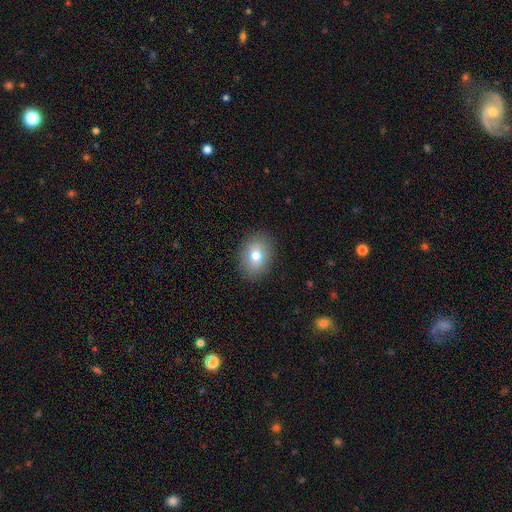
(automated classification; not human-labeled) Smooth or featured: smooth — 77% (featured or disk — 13%)
How rounded: in between — 65% (round — 34%)
Merging: none — 88% (minor disturbance — 8%)